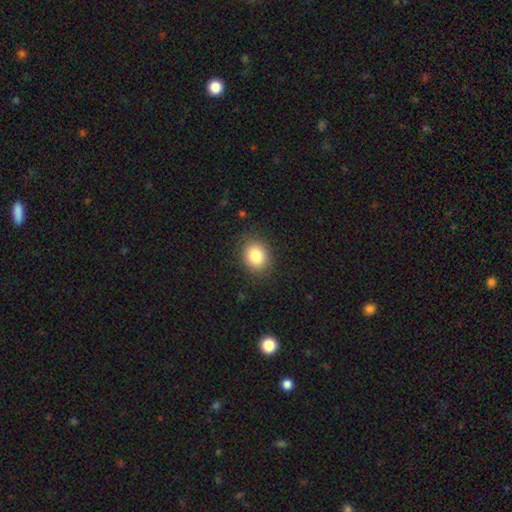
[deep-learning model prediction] smooth_or_featured: smooth (p=0.84) [alt: star or artifact p=0.09]
how_rounded: round (p=0.58) [alt: in between p=0.41]
merging: none (p=0.86) [alt: minor disturbance p=0.10]